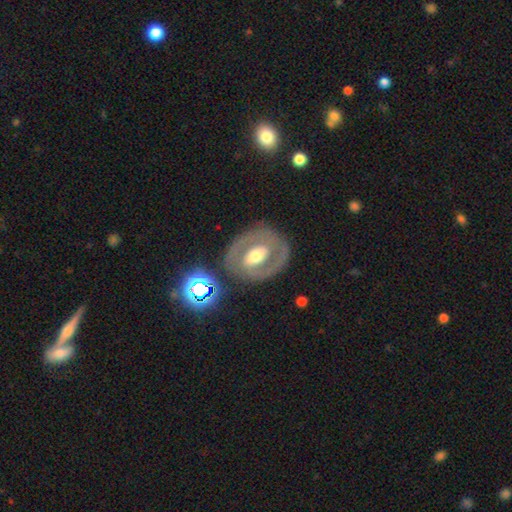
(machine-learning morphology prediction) Smooth or featured? Predicted: featured or disk (p=0.71). Edge-on disk? Predicted: no (p=0.95). Bar? Predicted: no (p=0.34). Spiral arms? Predicted: no (p=0.55). Bulge size? Predicted: moderate (p=0.66). Merging? Predicted: none (p=0.76).